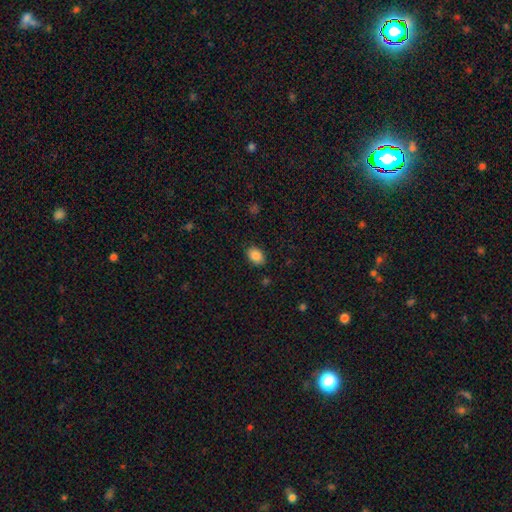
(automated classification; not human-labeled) This is clearly a smooth galaxy (87%). How rounded: clearly in between (81%). Merging: clearly none (87%).